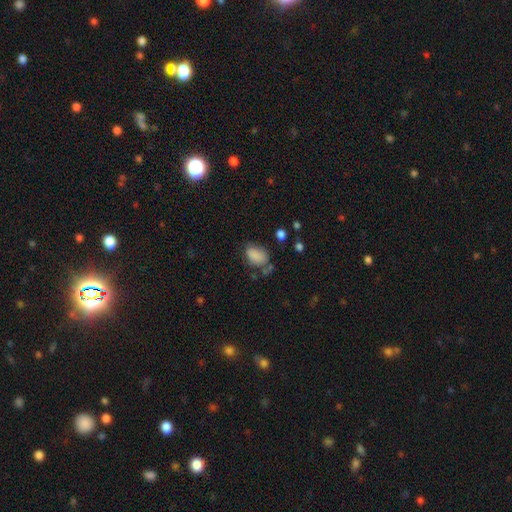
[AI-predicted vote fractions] The model was most divided on "merging": none: 51%, minor disturbance: 28%, major disturbance: 13%, merger: 8%. More confident: how rounded — in between (88%); smooth or featured — smooth (83%).